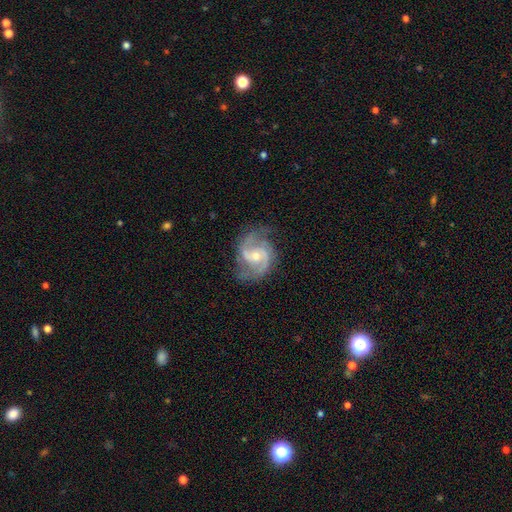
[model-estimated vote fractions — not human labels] Smooth or featured: featured or disk — 90% (star or artifact — 5%)
Edge-on disk: no — 98% (yes — 2%)
Bar: no — 53% (weak — 38%)
Spiral arms: yes — 98% (no — 2%)
Spiral winding: medium — 59% (tight — 23%)
Spiral arm count: 2 — 86% (3 — 6%)
Bulge size: small — 50% (moderate — 46%)
Merging: none — 74% (minor disturbance — 18%)